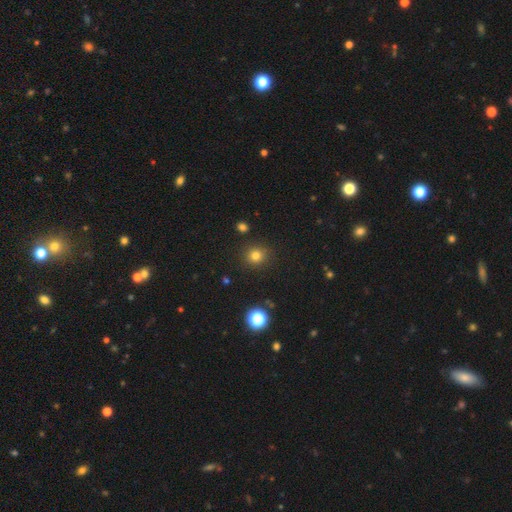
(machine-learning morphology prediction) A smooth galaxy with no disk features (79%) that is round (90%).

Vote fractions:
- Smooth or featured? smooth: 79% / star or artifact: 15% / featured or disk: 6%
- How rounded? round: 90% / in between: 9% / cigar-shaped: 1%
- Merging? none: 89% / minor disturbance: 7% / major disturbance: 2% / merger: 2%